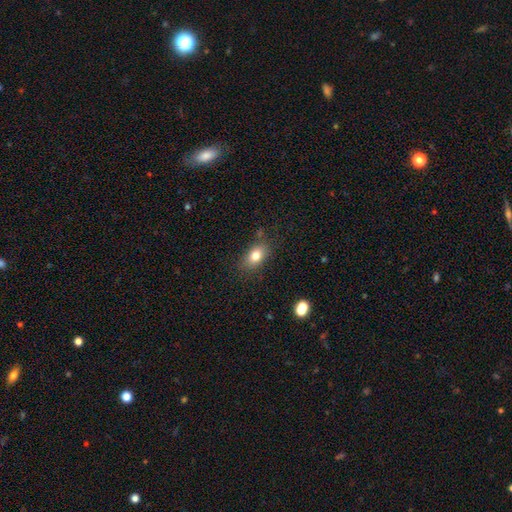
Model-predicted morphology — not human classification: smooth-or-featured: smooth: 78% | featured or disk: 11% | star or artifact: 10%
  how-rounded: in between: 81% | round: 16% | cigar-shaped: 2%
  merging: none: 79% | minor disturbance: 15% | major disturbance: 4% | merger: 3%